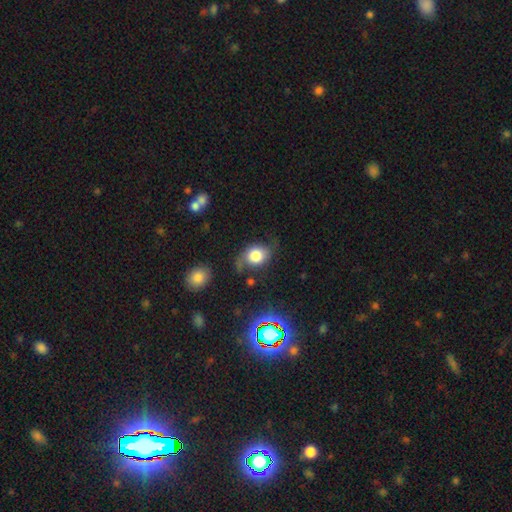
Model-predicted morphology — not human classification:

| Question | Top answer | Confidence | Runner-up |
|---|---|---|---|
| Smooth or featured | smooth | 65% | featured or disk (24%) |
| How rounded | in between | 55% | round (44%) |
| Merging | none | 52% | minor disturbance (29%) |